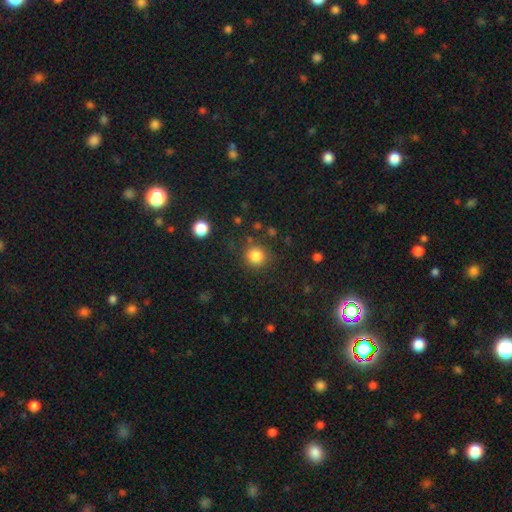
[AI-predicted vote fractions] Q: Smooth or featured?
A: smooth (84%); runner-up: star or artifact (11%)
Q: How rounded?
A: round (91%); runner-up: in between (8%)
Q: Merging?
A: none (84%); runner-up: minor disturbance (9%)